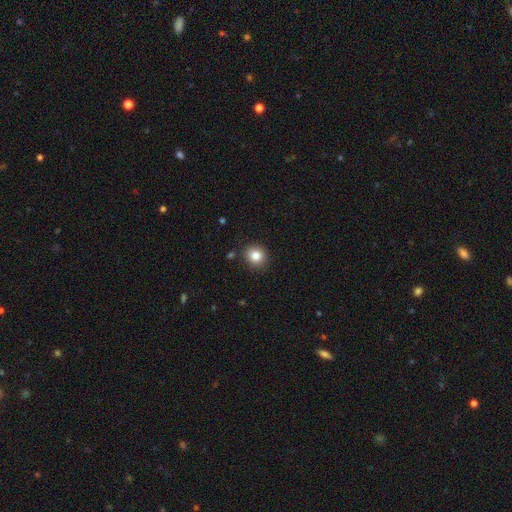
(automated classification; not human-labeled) smooth-or-featured: smooth: 82% | star or artifact: 11% | featured or disk: 7%
  how-rounded: round: 85% | in between: 14% | cigar-shaped: 1%
  merging: none: 89% | minor disturbance: 8% | major disturbance: 2% | merger: 2%